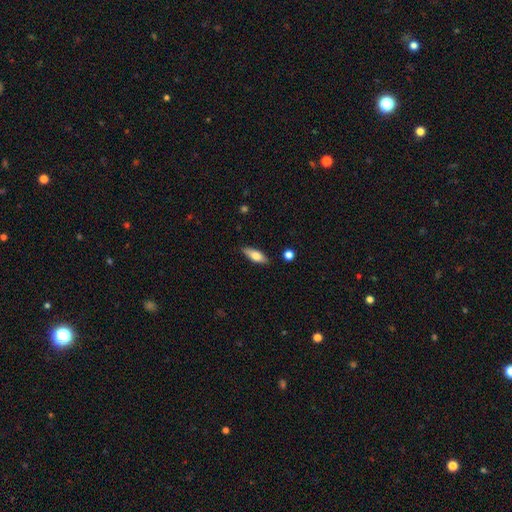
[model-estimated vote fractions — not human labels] Smooth or featured? smooth (67%)
How rounded? in between (64%)
Merging? none (85%)